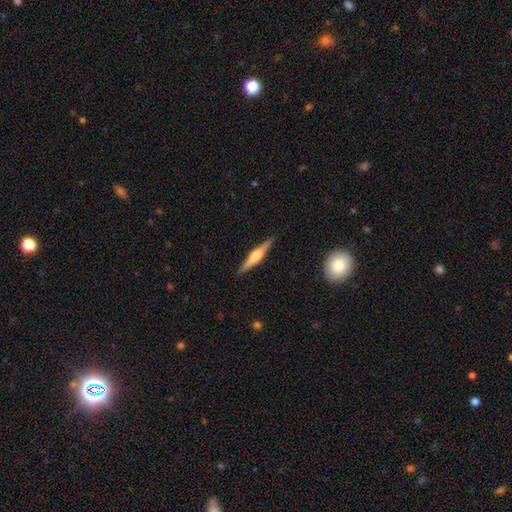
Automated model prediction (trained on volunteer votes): The model was most divided on "smooth or featured": featured or disk: 66%, smooth: 29%, star or artifact: 5%. More confident: edge-on disk — yes (98%); merging — none (91%); edge-on bulge — rounded (82%).